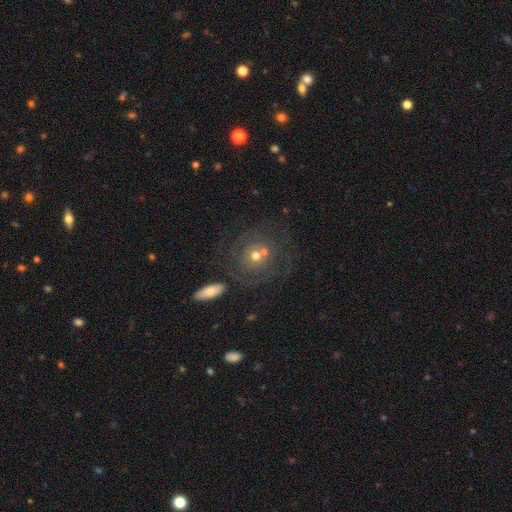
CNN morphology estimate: Smooth or featured?
  - featured or disk: 52% *
  - smooth: 37%
  - star or artifact: 11%
Edge-on disk?
  - no: 95% *
  - yes: 5%
Merging?
  - none: 57% *
  - merger: 17%
  - minor disturbance: 14%
  - major disturbance: 12%